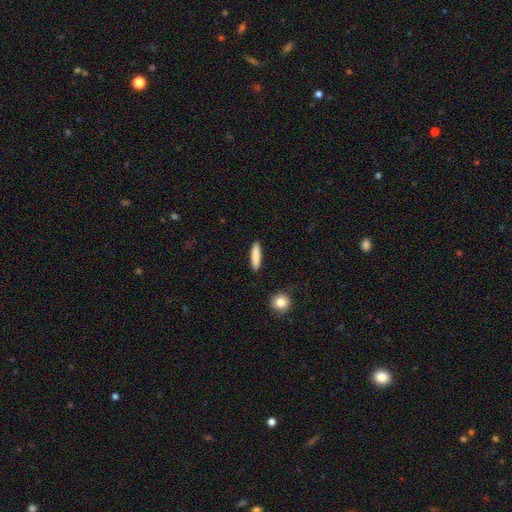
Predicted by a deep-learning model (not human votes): Smooth or featured? smooth (85%)
How rounded? cigar-shaped (82%)
Merging? none (91%)